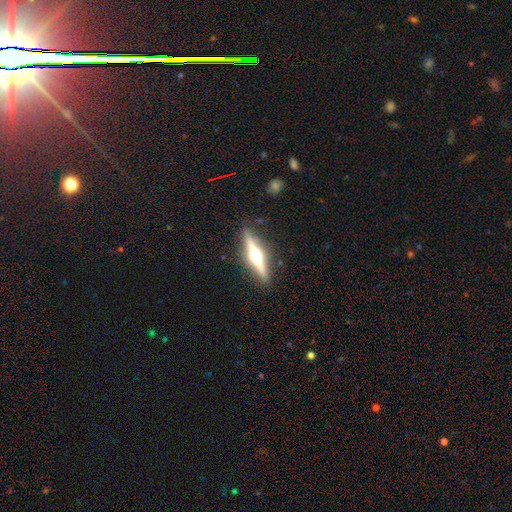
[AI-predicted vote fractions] smooth-or-featured: featured or disk: 78% | smooth: 16% | star or artifact: 5%
  disk-edge-on: yes: 97% | no: 3%
    edge-on-bulge: rounded: 95% | boxy: 3% | none: 2%
  merging: none: 88% | minor disturbance: 8% | major disturbance: 2% | merger: 1%